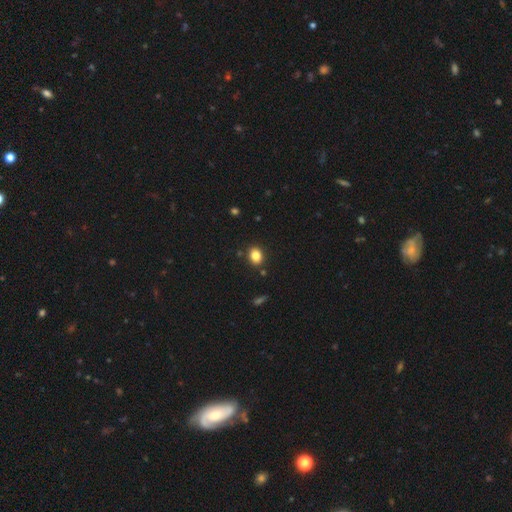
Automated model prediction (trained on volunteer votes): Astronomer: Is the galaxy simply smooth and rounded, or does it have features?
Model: smooth — 83%.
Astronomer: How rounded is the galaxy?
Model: in between — 52% (runner-up: round, 47%).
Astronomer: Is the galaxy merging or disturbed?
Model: none — 86%.